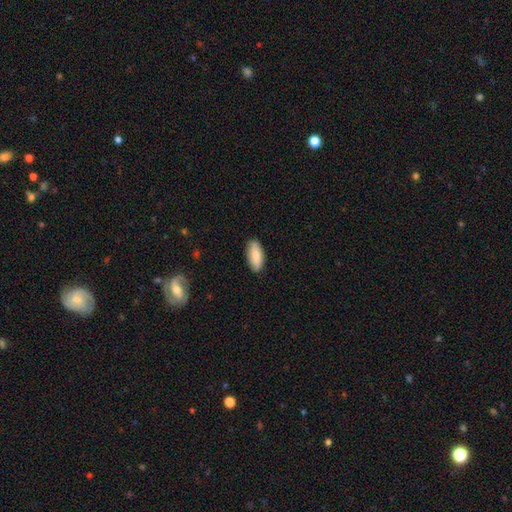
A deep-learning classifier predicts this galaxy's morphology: A smooth galaxy with no disk features (83%) that is in between round and cigar-shaped (83%). Merging: none (88%).